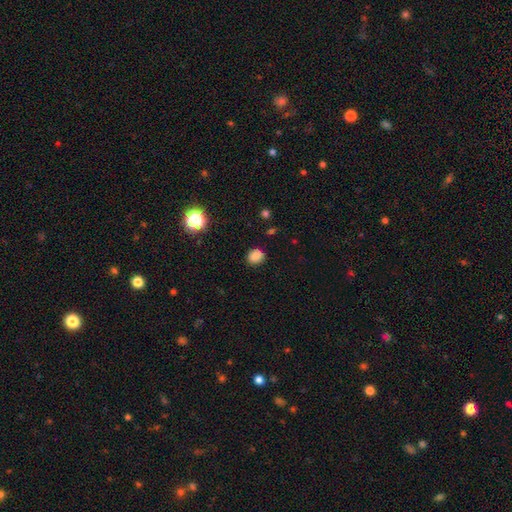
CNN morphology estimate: Overall: smooth (82%). How rounded: round (64%; in between 35%). Merging: none (82%).